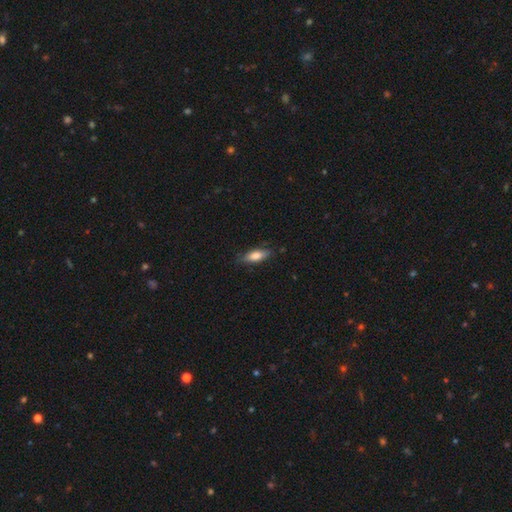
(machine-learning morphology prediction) Smooth or featured?
  - smooth: 77% *
  - featured or disk: 16%
  - star or artifact: 7%
How rounded?
  - in between: 67% *
  - cigar-shaped: 31%
  - round: 2%
Merging?
  - none: 79% *
  - minor disturbance: 16%
  - major disturbance: 3%
  - merger: 1%